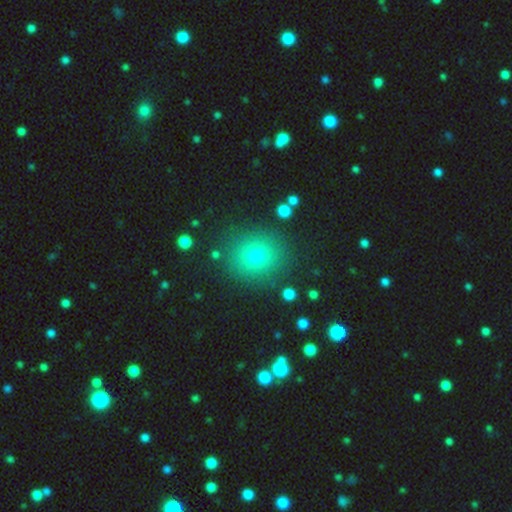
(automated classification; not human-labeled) Smooth or featured? smooth (73%)
How rounded? round (84%)
Merging? none (87%)